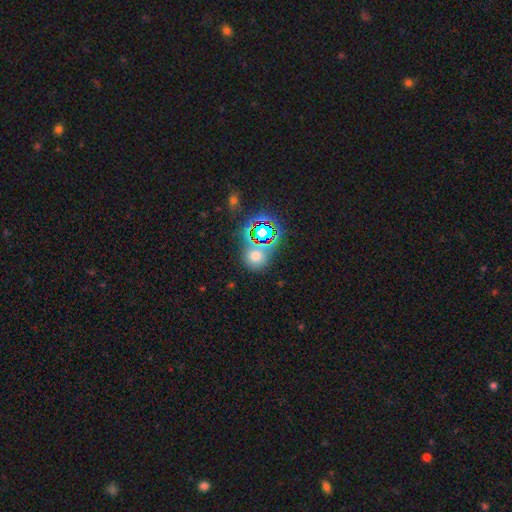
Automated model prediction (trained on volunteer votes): The model was most divided on "smooth or featured": smooth: 57%, star or artifact: 34%, featured or disk: 9%. More confident: how rounded — round (82%); merging — none (68%).